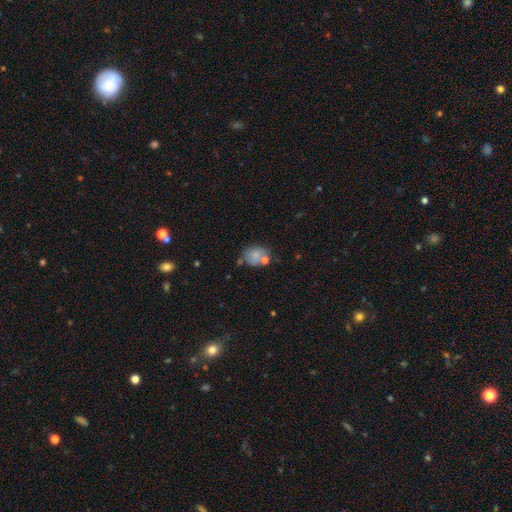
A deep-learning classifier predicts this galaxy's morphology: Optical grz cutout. It shows a smooth galaxy with no disk features (70%) that is in between round and cigar-shaped (55%). Merging: none (47%).